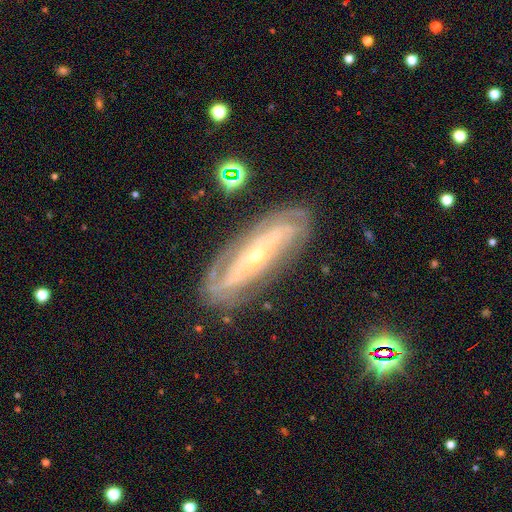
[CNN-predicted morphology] This appears to be a featured or disk galaxy (81%) with no bar (60%), tight (66%) spiral arms (84%) and a small central bulge (78%). Merging: none (79%).